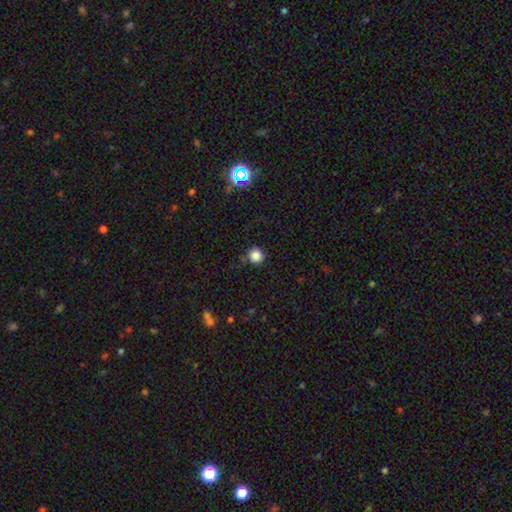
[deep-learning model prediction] Q: Smooth or featured?
A: smooth (84%); runner-up: star or artifact (12%)
Q: How rounded?
A: round (94%); runner-up: in between (5%)
Q: Merging?
A: none (83%); runner-up: minor disturbance (11%)